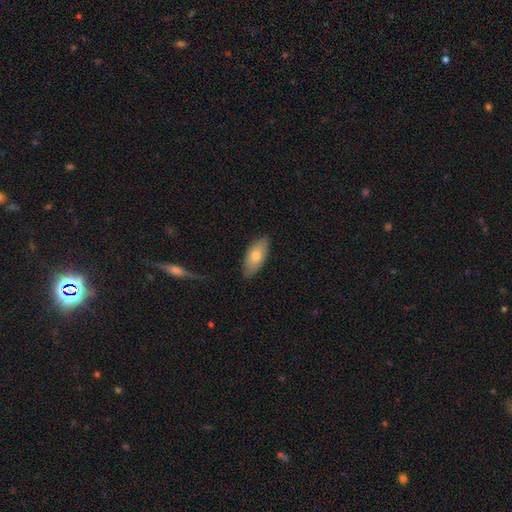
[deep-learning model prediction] This is likely a smooth galaxy (72%). How rounded: clearly in between (87%). Merging: clearly none (84%).